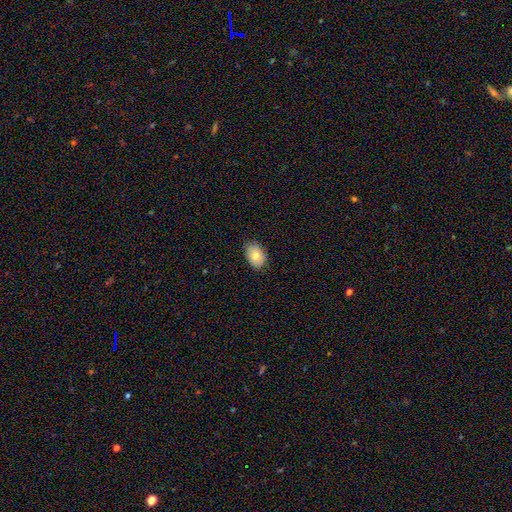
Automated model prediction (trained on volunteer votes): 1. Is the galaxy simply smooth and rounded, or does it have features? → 79% smooth, 14% featured or disk, 8% star or artifact.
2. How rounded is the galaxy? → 82% in between, 17% round, 1% cigar-shaped.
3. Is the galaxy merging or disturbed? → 83% none, 14% minor disturbance, 2% major disturbance, 1% merger.